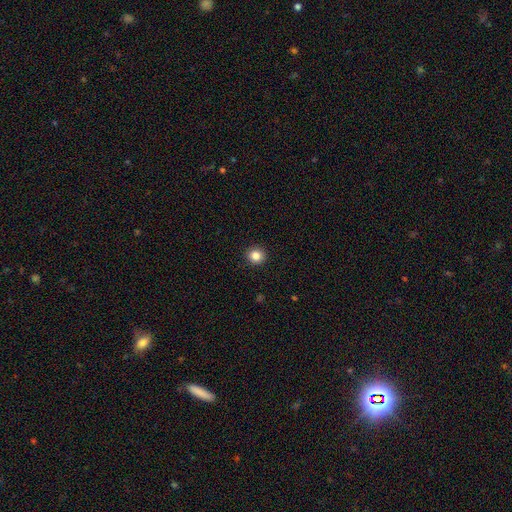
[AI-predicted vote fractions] A smooth galaxy with no disk features (85%) that is round (93%). Merging: none (93%).